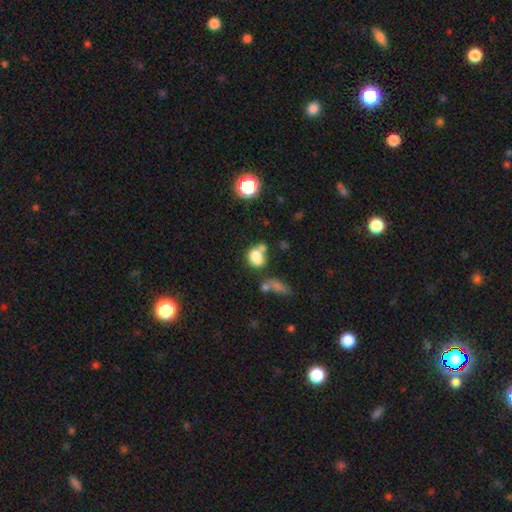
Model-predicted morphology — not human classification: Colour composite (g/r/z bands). It shows a smooth galaxy with no disk features (76%) that is in between round and cigar-shaped (54%). Merging: merger (41%).